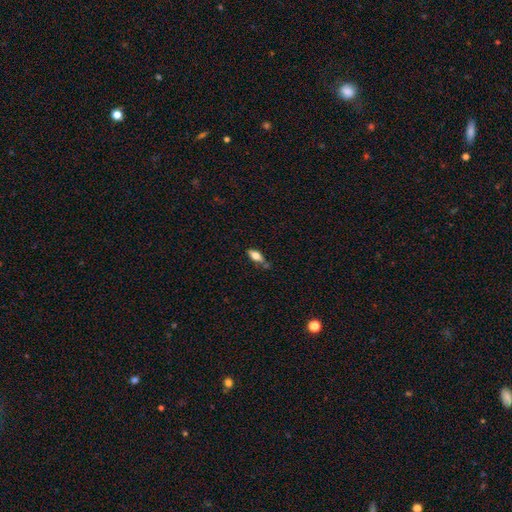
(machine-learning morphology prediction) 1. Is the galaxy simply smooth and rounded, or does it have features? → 66% smooth, 26% featured or disk, 8% star or artifact.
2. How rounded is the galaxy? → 75% in between, 22% cigar-shaped, 3% round.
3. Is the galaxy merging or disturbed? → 63% none, 21% minor disturbance, 10% merger, 5% major disturbance.